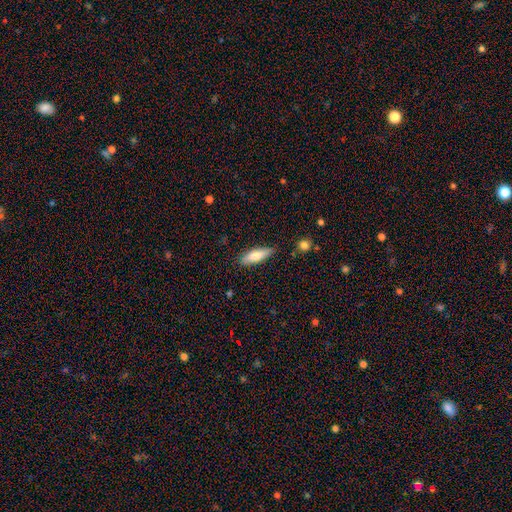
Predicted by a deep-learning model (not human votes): A smooth galaxy with no disk features (75%) that is cigar-shaped (50%). Merging: none (83%).